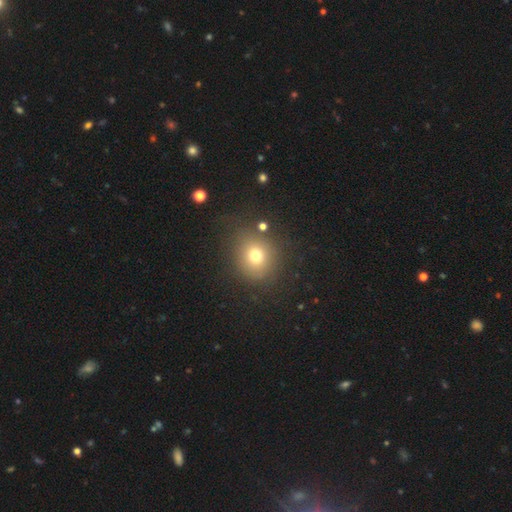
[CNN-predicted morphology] Q: Smooth or featured?
A: smooth (72%); runner-up: star or artifact (17%)
Q: How rounded?
A: round (80%); runner-up: in between (19%)
Q: Merging?
A: none (80%); runner-up: minor disturbance (11%)